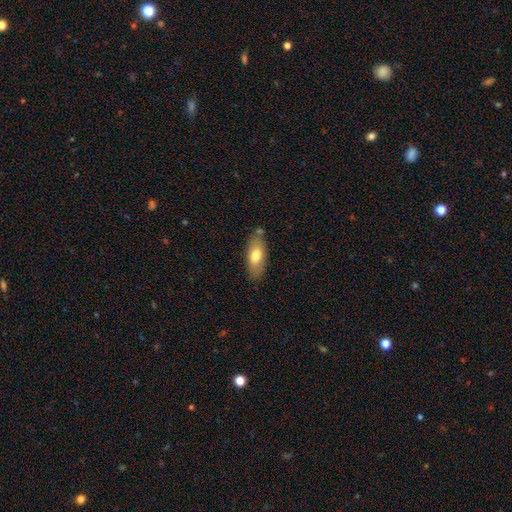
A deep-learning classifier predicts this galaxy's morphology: The model was most divided on "smooth or featured": smooth: 70%, featured or disk: 24%, star or artifact: 6%. More confident: how rounded — in between (80%); merging — none (77%).